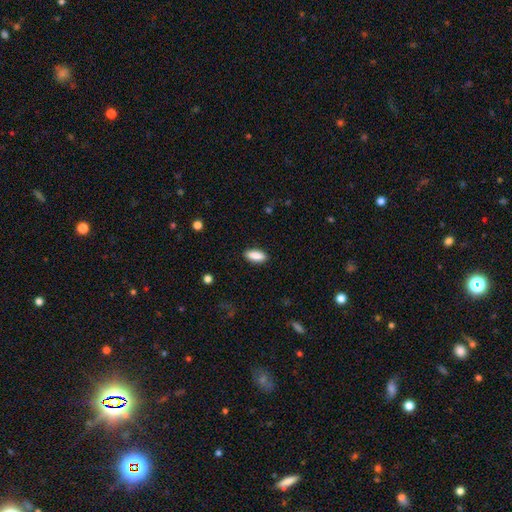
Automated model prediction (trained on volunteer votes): Morphology: type=smooth (88%); roundness=in between (77%); merging=none (89%).